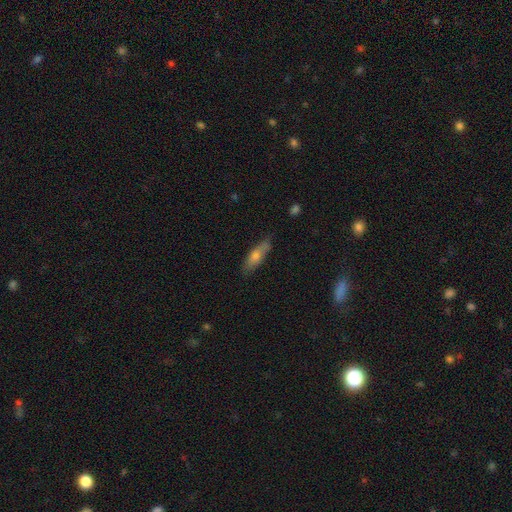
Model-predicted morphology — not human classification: A smooth galaxy with no disk features (61%) that is cigar-shaped (59%). Merging: none (78%).